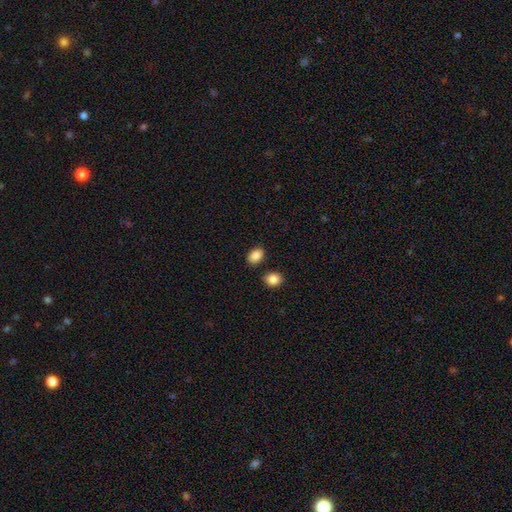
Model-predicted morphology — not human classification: smooth_or_featured: smooth (p=0.87) [alt: star or artifact p=0.08]
how_rounded: in between (p=0.76) [alt: round p=0.23]
merging: none (p=0.81) [alt: minor disturbance p=0.10]